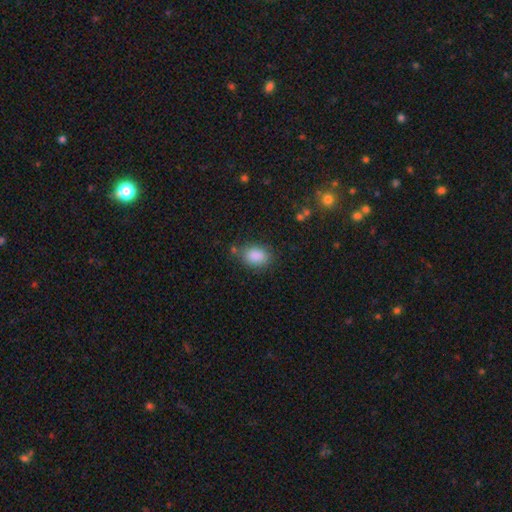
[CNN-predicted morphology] Overall: smooth (88%). How rounded: in between (81%). Merging: none (76%).